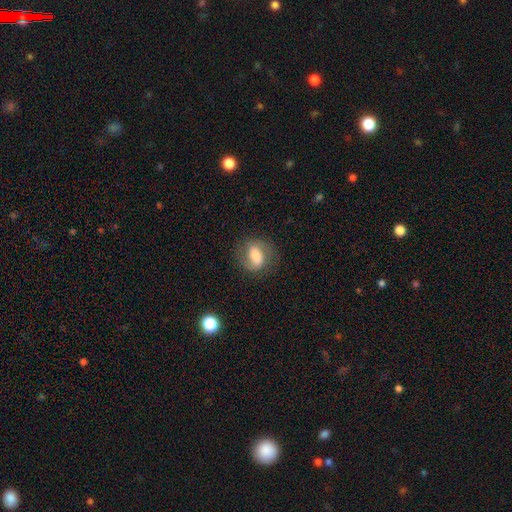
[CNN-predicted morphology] This is possibly a featured or disk galaxy (52%). It is clearly not viewed edge-on (95%). Merging: likely none (74%).